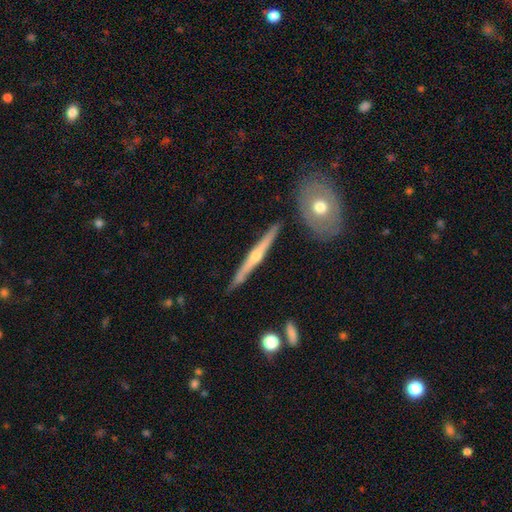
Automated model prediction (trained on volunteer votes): The model was most divided on "smooth or featured": featured or disk: 75%, smooth: 18%, star or artifact: 7%. More confident: edge-on disk — yes (96%); edge-on bulge — rounded (88%); merging — none (87%).